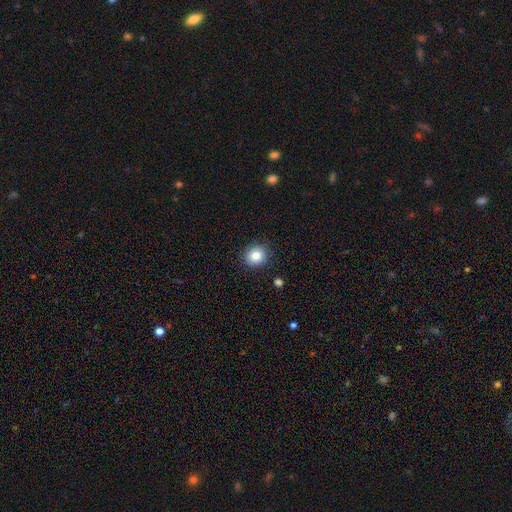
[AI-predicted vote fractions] Q: Smooth or featured?
A: smooth (84%); runner-up: star or artifact (10%)
Q: How rounded?
A: round (84%); runner-up: in between (15%)
Q: Merging?
A: none (88%); runner-up: minor disturbance (8%)